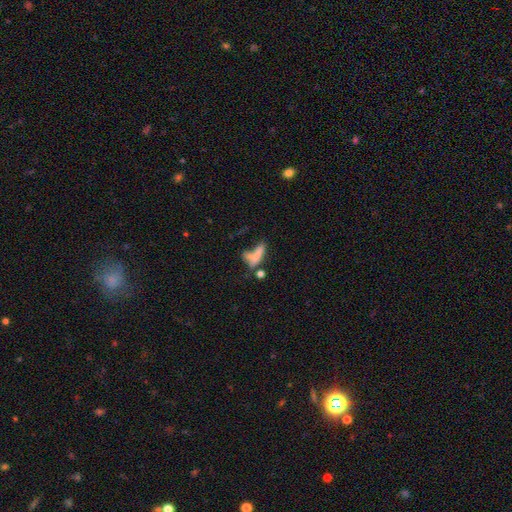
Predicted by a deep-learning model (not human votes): Smooth or featured? Predicted: smooth (p=0.62). How rounded? Predicted: cigar-shaped (p=0.56). Merging? Predicted: merger (p=0.33).